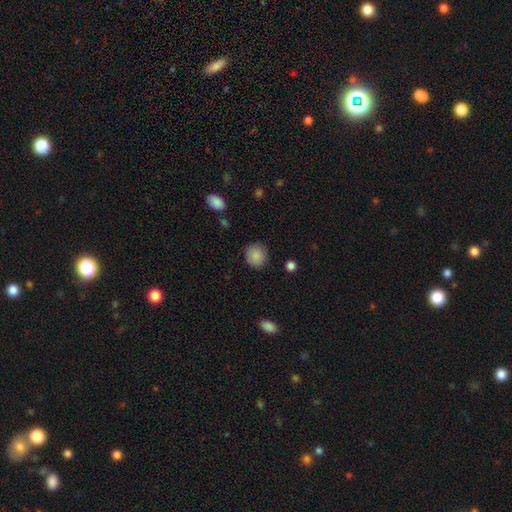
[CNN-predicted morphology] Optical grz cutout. It shows a smooth galaxy with no disk features (88%) that is round (84%). Merging: none (87%).